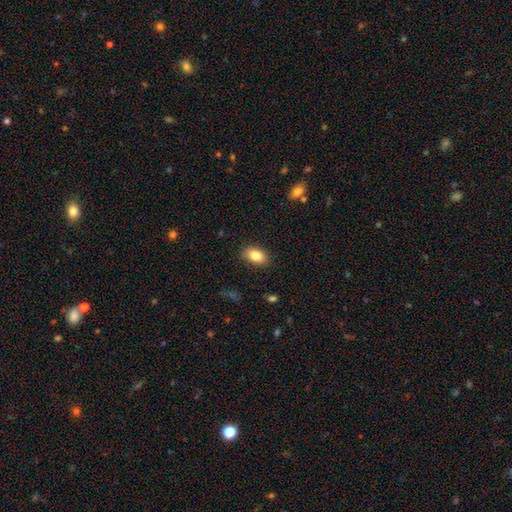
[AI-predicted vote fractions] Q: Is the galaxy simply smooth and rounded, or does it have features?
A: smooth — 83%.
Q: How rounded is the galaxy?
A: in between — 89%.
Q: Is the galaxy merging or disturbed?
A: none — 86%.